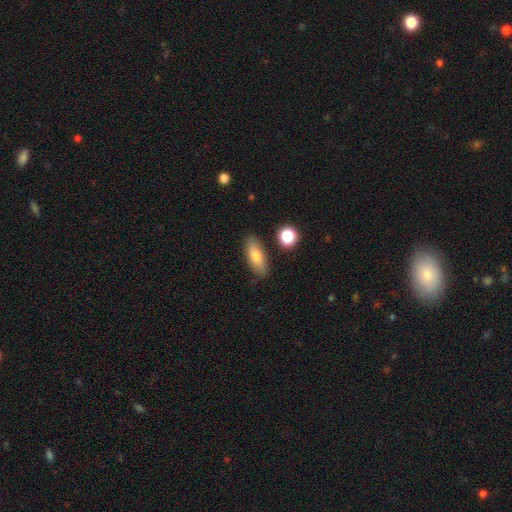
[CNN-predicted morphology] Smooth or featured: smooth — 78% (featured or disk — 14%)
How rounded: in between — 76% (cigar-shaped — 20%)
Merging: none — 82% (minor disturbance — 12%)